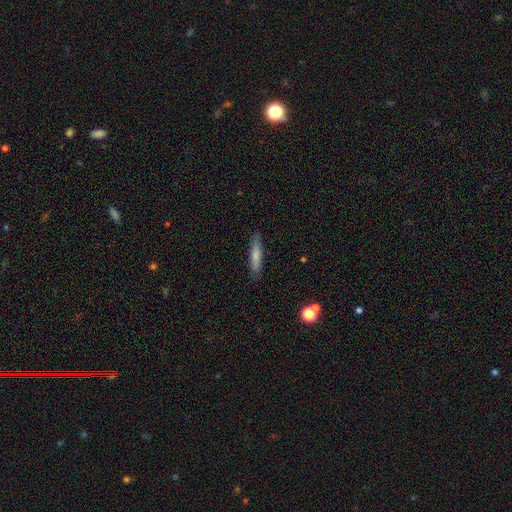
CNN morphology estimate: smooth 74%, featured or disk 19%, star or artifact 7%. Down the decision tree: how rounded — cigar-shaped (86%); merging — none (87%).